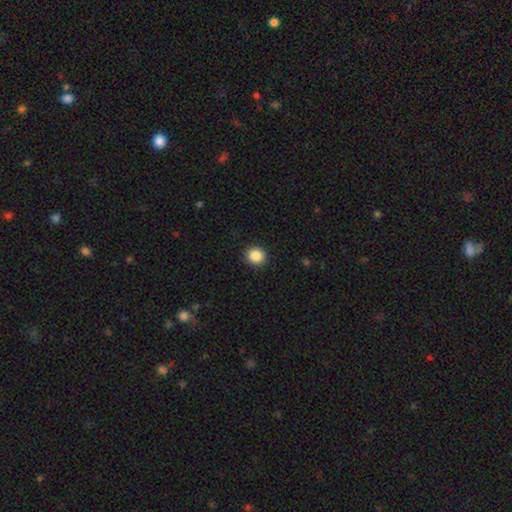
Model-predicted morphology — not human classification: smooth 87%, star or artifact 10%, featured or disk 3%. Down the decision tree: how rounded — round (89%); merging — none (92%).